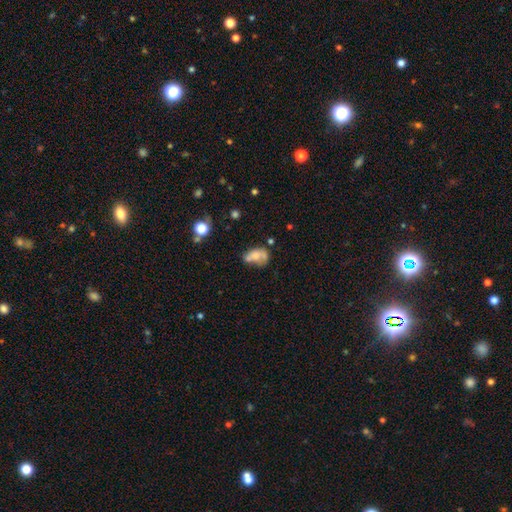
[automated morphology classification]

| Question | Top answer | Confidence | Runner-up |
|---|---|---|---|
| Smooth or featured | smooth | 58% | featured or disk (30%) |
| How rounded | in between | 79% | round (18%) |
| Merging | merger | 28% | none (27%) |